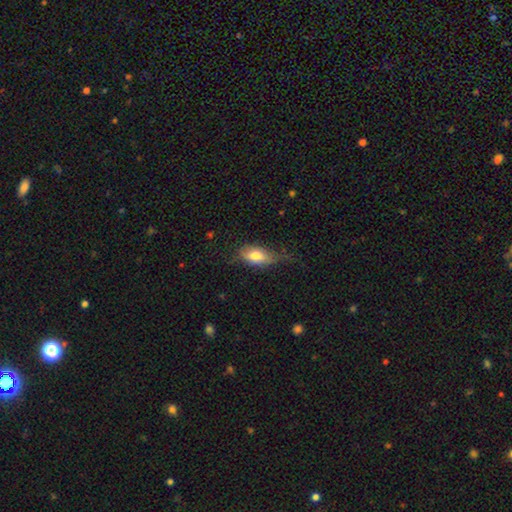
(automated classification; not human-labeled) Smooth or featured?
  - smooth: 71% *
  - featured or disk: 22%
  - star or artifact: 7%
How rounded?
  - in between: 85% *
  - cigar-shaped: 10%
  - round: 5%
Merging?
  - none: 45% *
  - minor disturbance: 35%
  - major disturbance: 18%
  - merger: 2%